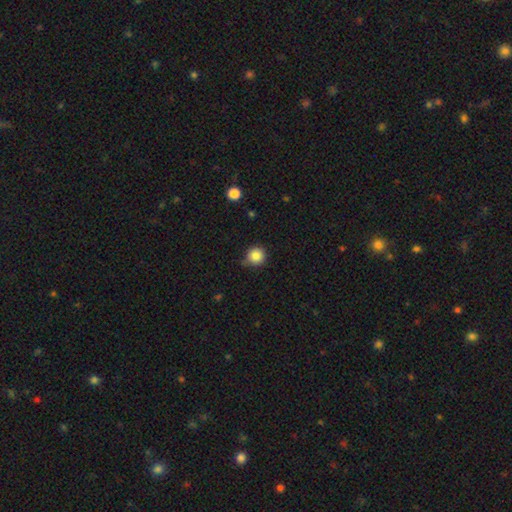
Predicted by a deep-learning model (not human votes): smooth_or_featured: smooth (p=0.84) [alt: star or artifact p=0.11]
how_rounded: round (p=0.94) [alt: in between p=0.05]
merging: none (p=0.78) [alt: minor disturbance p=0.17]